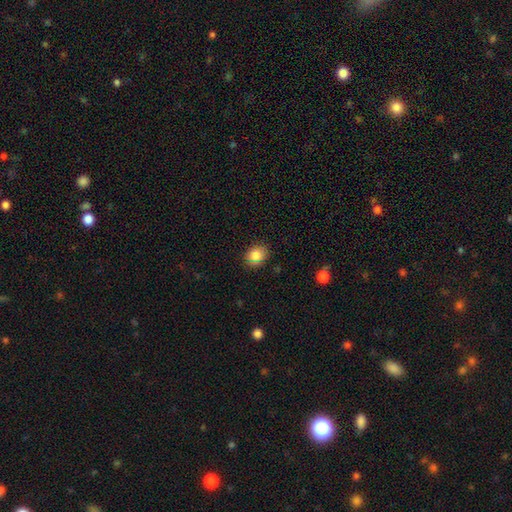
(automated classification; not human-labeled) A smooth galaxy with no disk features (86%) that is in between round and cigar-shaped (51%).

Vote fractions:
- Smooth or featured? smooth: 86% / star or artifact: 9% / featured or disk: 5%
- How rounded? in between: 51% / round: 48% / cigar-shaped: 1%
- Merging? none: 83% / minor disturbance: 13% / major disturbance: 3% / merger: 1%